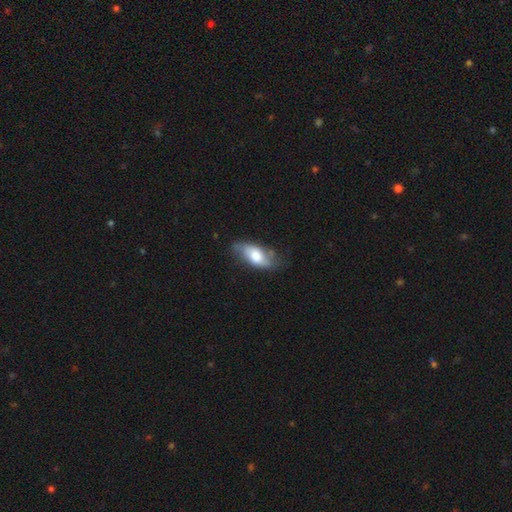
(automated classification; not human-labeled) Q: Smooth or featured?
A: smooth (60%); runner-up: featured or disk (34%)
Q: How rounded?
A: in between (86%); runner-up: cigar-shaped (11%)
Q: Merging?
A: none (60%); runner-up: minor disturbance (29%)